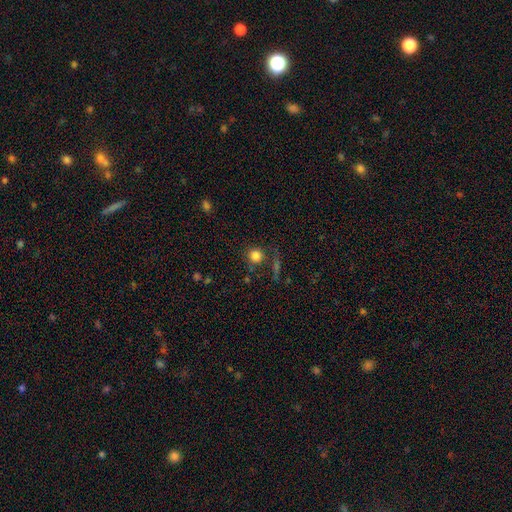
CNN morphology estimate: Overall: smooth (82%). How rounded: round (92%). Merging: none (76%).